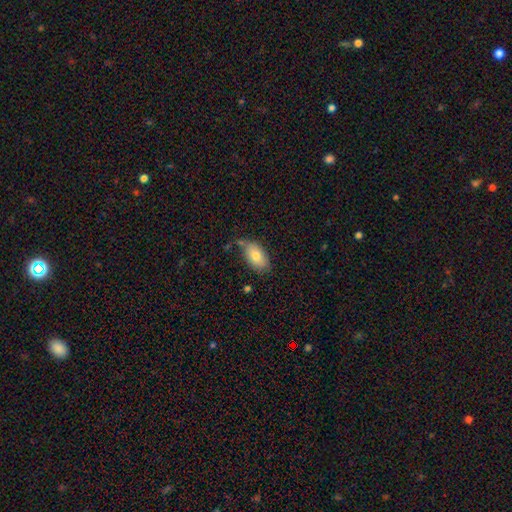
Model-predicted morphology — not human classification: A smooth galaxy with no disk features (78%) that is in between round and cigar-shaped (93%). Merging: none (69%).